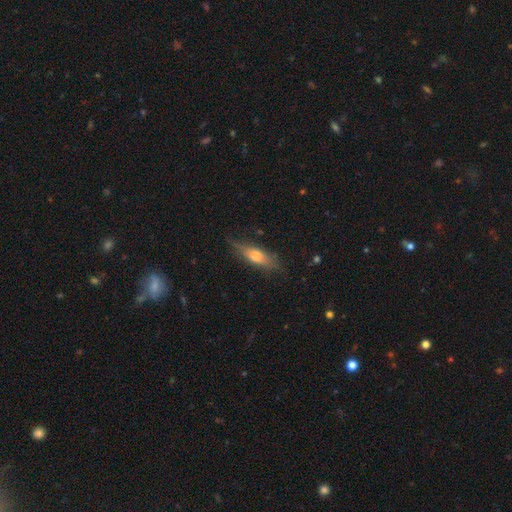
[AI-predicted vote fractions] Q: Smooth or featured?
A: smooth (56%); runner-up: featured or disk (36%)
Q: How rounded?
A: cigar-shaped (53%); runner-up: in between (44%)
Q: Merging?
A: none (74%); runner-up: minor disturbance (20%)